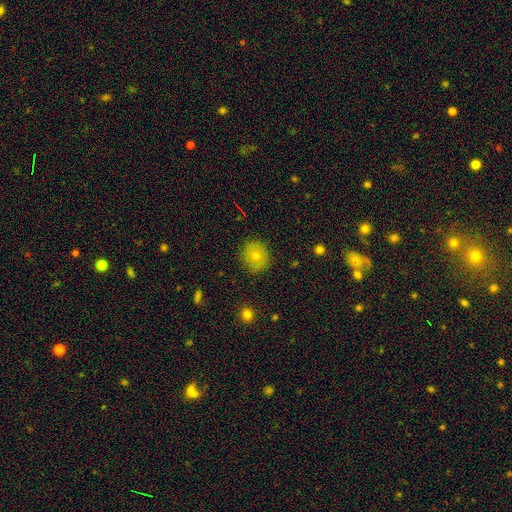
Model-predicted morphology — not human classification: This appears to be a smooth galaxy with no disk features (69%) that is round (84%). Merging: none (87%).